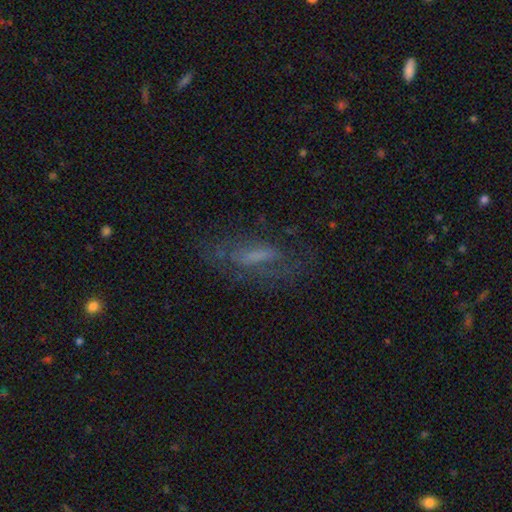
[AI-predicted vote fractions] Smooth or featured?
  - featured or disk: 49% *
  - smooth: 37%
  - star or artifact: 14%
Merging?
  - none: 58% *
  - minor disturbance: 20%
  - major disturbance: 20%
  - merger: 2%